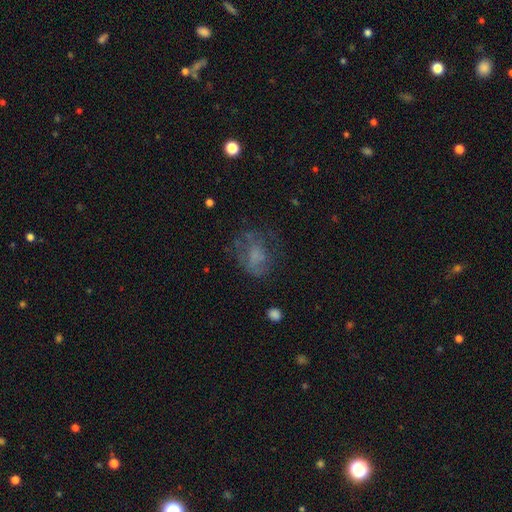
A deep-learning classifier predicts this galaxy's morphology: Smooth or featured: smooth — 45% (featured or disk — 39%)
Merging: none — 51% (major disturbance — 25%)